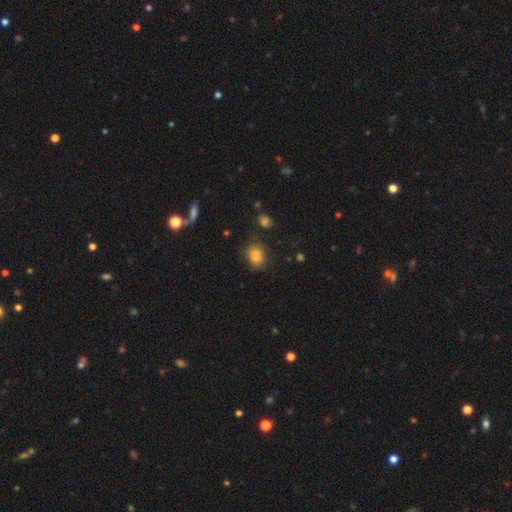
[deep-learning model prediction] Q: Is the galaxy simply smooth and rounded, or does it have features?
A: smooth — 83%.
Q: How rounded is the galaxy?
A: in between — 54%.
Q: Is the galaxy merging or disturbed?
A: none — 75%.